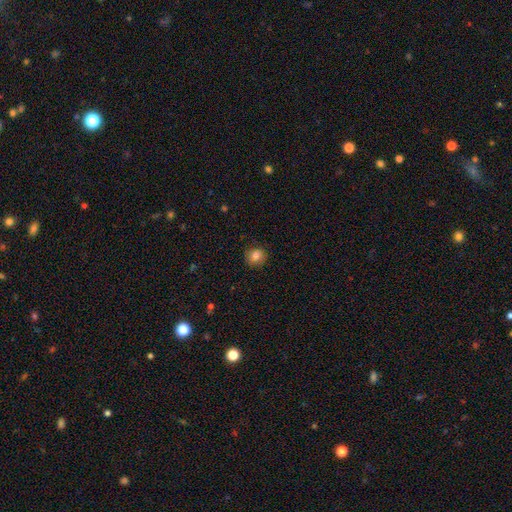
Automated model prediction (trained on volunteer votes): The model was most divided on "how rounded": round: 81%, in between: 18%, cigar-shaped: 1%. More confident: merging — none (86%); smooth or featured — smooth (83%).